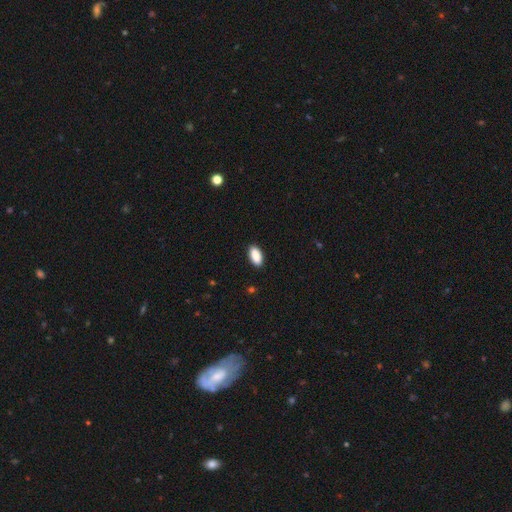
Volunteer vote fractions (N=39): This is clearly a smooth galaxy (85%). How rounded: clearly in between (88%). Merging: clearly none (94%).